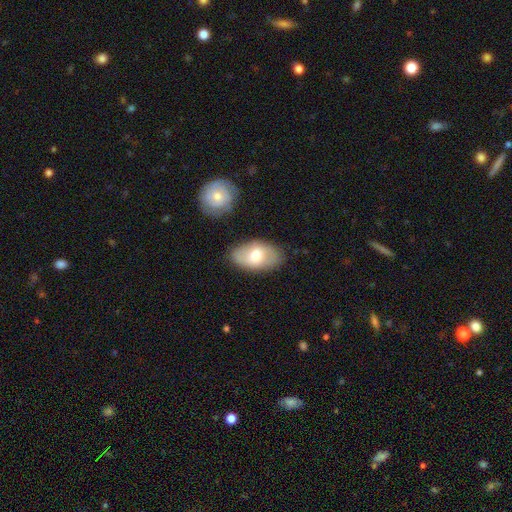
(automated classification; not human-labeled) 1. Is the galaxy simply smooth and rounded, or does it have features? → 62% smooth, 32% featured or disk, 6% star or artifact.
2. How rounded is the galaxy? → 93% in between, 5% round, 2% cigar-shaped.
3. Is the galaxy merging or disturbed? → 76% none, 16% minor disturbance, 4% major disturbance, 4% merger.